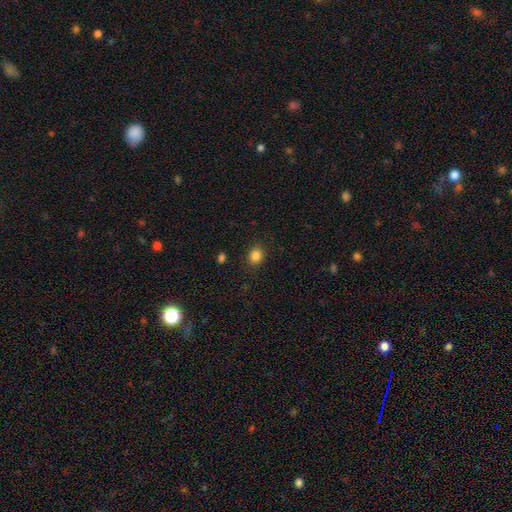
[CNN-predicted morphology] Smooth or featured?
  - smooth: 85% *
  - star or artifact: 11%
  - featured or disk: 4%
How rounded?
  - round: 62% *
  - in between: 37%
  - cigar-shaped: 1%
Merging?
  - none: 89% *
  - minor disturbance: 8%
  - major disturbance: 2%
  - merger: 1%